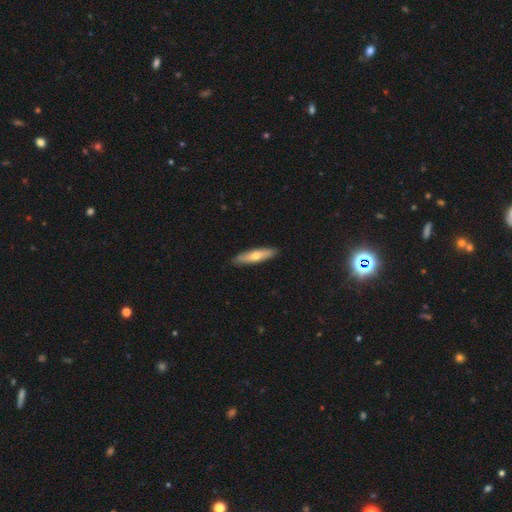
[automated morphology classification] smooth 58%, featured or disk 37%, star or artifact 5%. Down the decision tree: how rounded — cigar-shaped (74%); merging — none (90%).